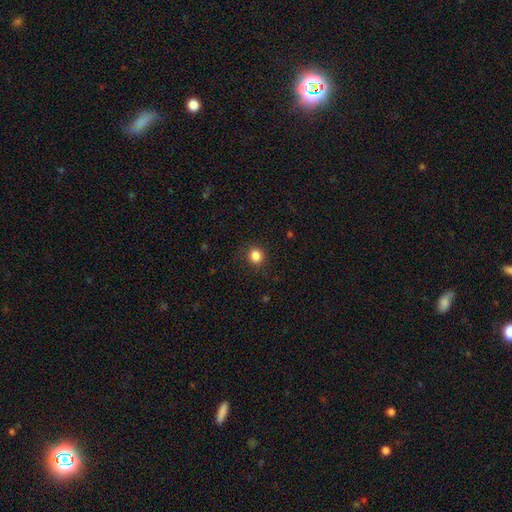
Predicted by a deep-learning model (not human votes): Smooth or featured: smooth — 84% (star or artifact — 12%)
How rounded: round — 87% (in between — 12%)
Merging: none — 88% (minor disturbance — 8%)